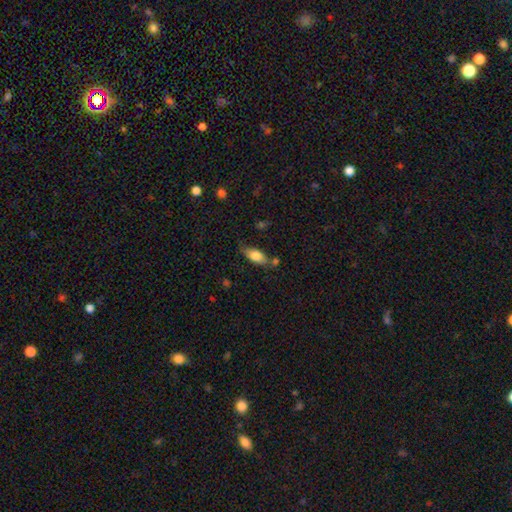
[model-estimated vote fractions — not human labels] Morphology: type=smooth (75%); roundness=in between (83%); merging=none (60%).